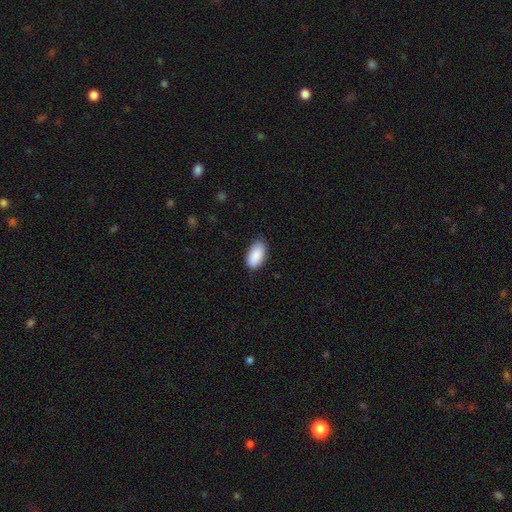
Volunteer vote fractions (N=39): Volunteers were most divided on "merging": none: 63%, minor disturbance: 29%, major disturbance: 5%, merger: 3%. More confident: smooth or featured — smooth (92%); how rounded — in between (89%).